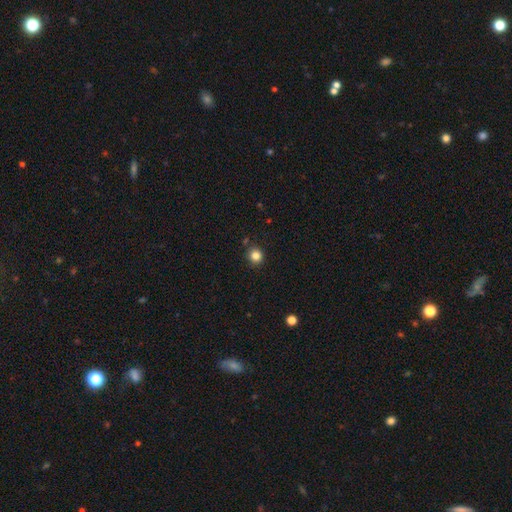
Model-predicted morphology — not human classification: Smooth or featured? smooth (83%)
How rounded? round (90%)
Merging? none (87%)